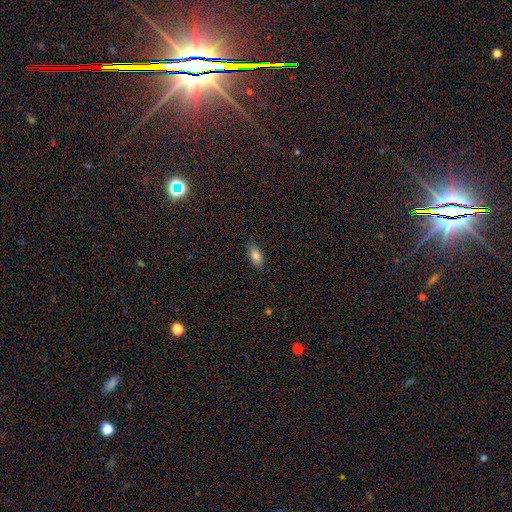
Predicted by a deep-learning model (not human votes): This appears to be a smooth galaxy with no disk features (84%) that is in between round and cigar-shaped (87%). Merging: none (85%).